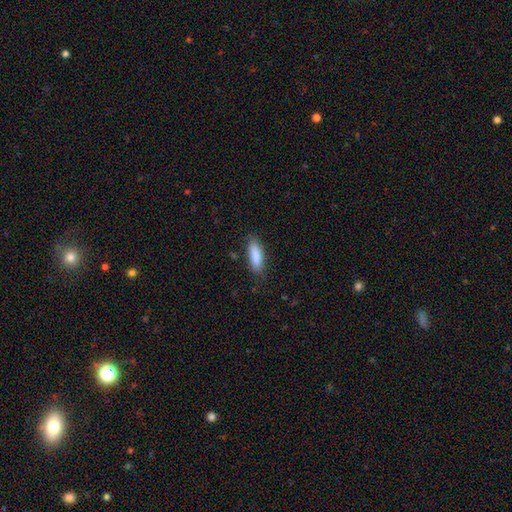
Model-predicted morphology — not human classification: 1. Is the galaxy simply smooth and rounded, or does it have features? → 87% smooth, 7% featured or disk, 6% star or artifact.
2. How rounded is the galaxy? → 56% in between, 42% cigar-shaped, 2% round.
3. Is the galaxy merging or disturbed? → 82% none, 13% minor disturbance, 3% major disturbance, 1% merger.